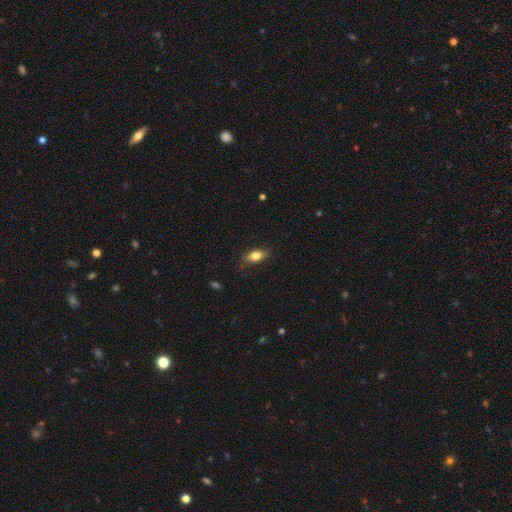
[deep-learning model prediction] Smooth or featured? smooth (80%)
How rounded? in between (85%)
Merging? none (84%)